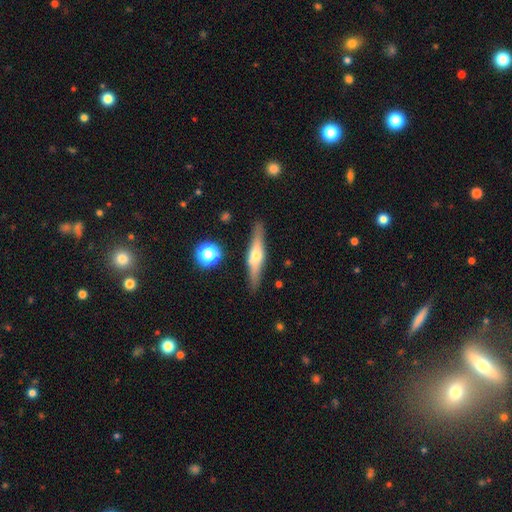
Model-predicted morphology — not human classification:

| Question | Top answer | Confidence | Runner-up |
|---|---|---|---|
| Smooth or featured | featured or disk | 63% | smooth (31%) |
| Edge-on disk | yes | 94% | no (6%) |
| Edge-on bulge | rounded | 91% | boxy (5%) |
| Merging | none | 86% | minor disturbance (9%) |